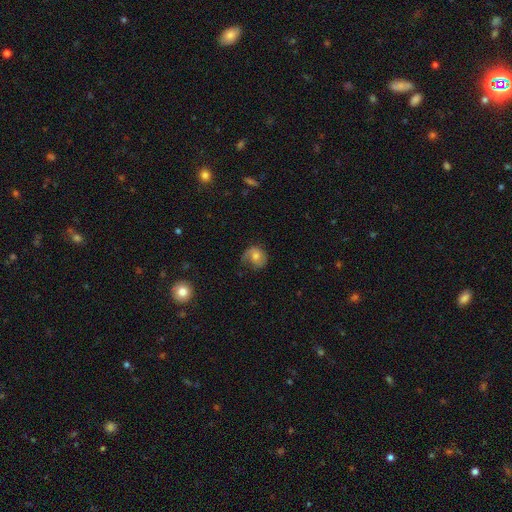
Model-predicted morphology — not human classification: smooth_or_featured: featured or disk (p=0.46) [alt: smooth p=0.45]
merging: none (p=0.49) [alt: minor disturbance p=0.27]